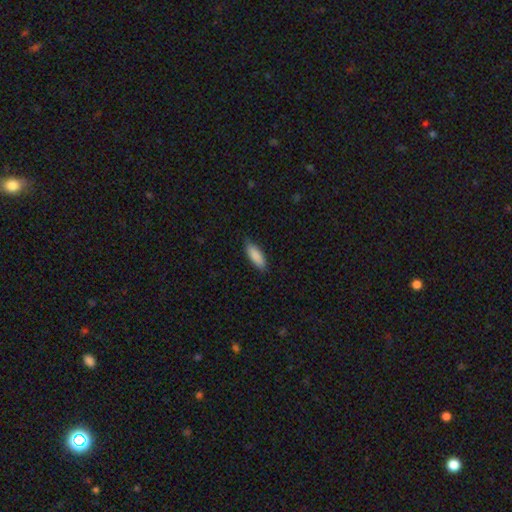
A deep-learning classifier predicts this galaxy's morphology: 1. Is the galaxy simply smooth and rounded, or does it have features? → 89% smooth, 6% star or artifact, 5% featured or disk.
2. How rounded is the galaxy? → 63% in between, 35% cigar-shaped, 2% round.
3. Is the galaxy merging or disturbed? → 80% none, 16% minor disturbance, 2% major disturbance, 1% merger.